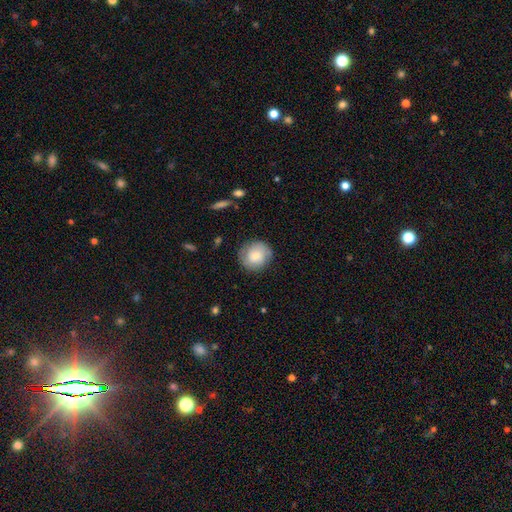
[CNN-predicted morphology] A smooth galaxy with no disk features (70%) that is round (87%).

Vote fractions:
- Smooth or featured? smooth: 70% / featured or disk: 23% / star or artifact: 7%
- How rounded? round: 87% / in between: 12% / cigar-shaped: 1%
- Merging? none: 81% / minor disturbance: 14% / major disturbance: 4% / merger: 1%